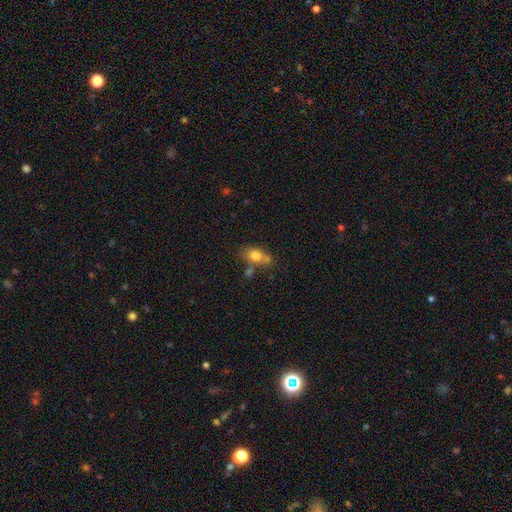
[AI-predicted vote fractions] A smooth galaxy with no disk features (75%) that is in between round and cigar-shaped (75%).

Vote fractions:
- Smooth or featured? smooth: 75% / featured or disk: 15% / star or artifact: 9%
- How rounded? in between: 75% / round: 20% / cigar-shaped: 6%
- Merging? none: 45% / merger: 29% / minor disturbance: 18% / major disturbance: 7%